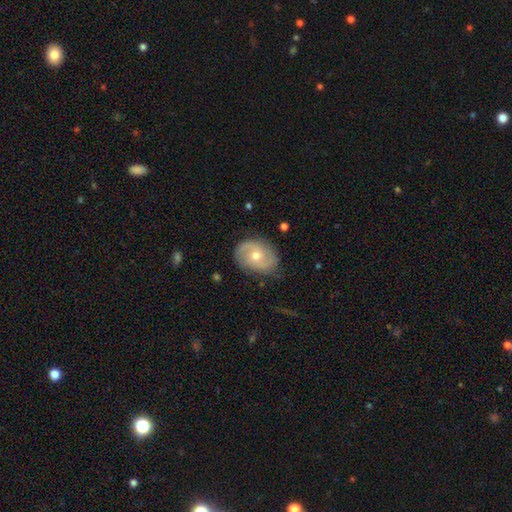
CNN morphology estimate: featured or disk 77%, smooth 16%, star or artifact 7%. Down the decision tree: edge-on disk — no (97%); bar — no (65%); spiral arms — yes (92%); spiral arm count — 2 (76%); spiral winding — medium (44%); bulge size — moderate (55%); merging — none (81%).